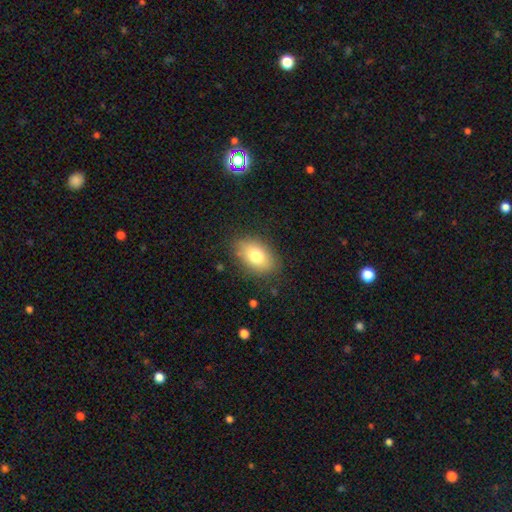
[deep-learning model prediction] This is likely a smooth galaxy (78%). How rounded: clearly in between (89%). Merging: clearly none (82%).